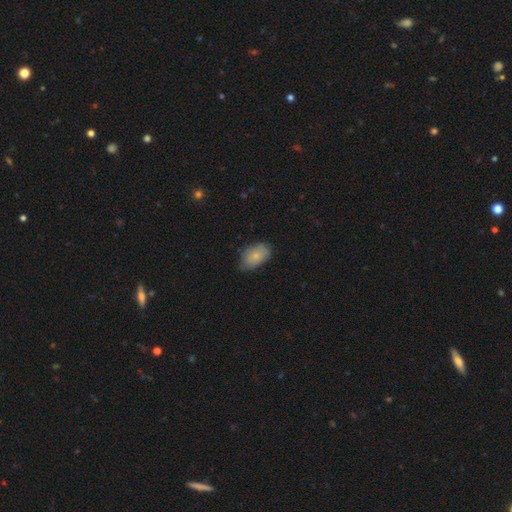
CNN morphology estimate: A smooth galaxy with no disk features (81%) that is in between round and cigar-shaped (91%).

Vote fractions:
- Smooth or featured? smooth: 81% / featured or disk: 12% / star or artifact: 7%
- How rounded? in between: 91% / round: 8% / cigar-shaped: 1%
- Merging? none: 61% / minor disturbance: 32% / major disturbance: 5% / merger: 1%